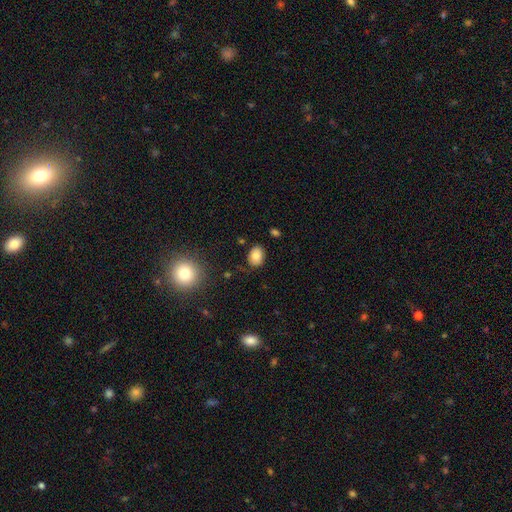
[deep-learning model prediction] smooth_or_featured: smooth (p=0.81) [alt: star or artifact p=0.10]
how_rounded: in between (p=0.69) [alt: round p=0.30]
merging: none (p=0.80) [alt: minor disturbance p=0.14]